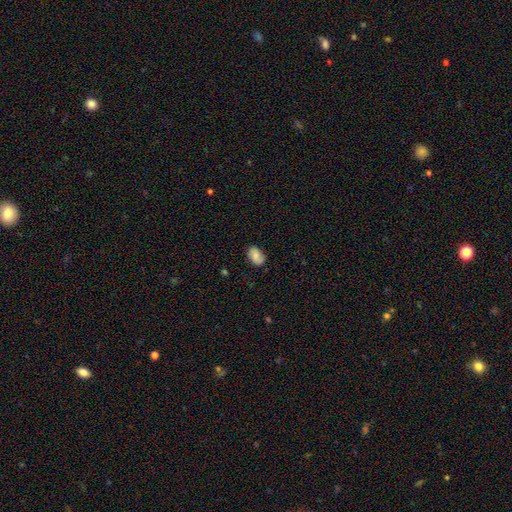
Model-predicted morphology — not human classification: Smooth or featured? smooth (72%)
How rounded? in between (87%)
Merging? none (76%)